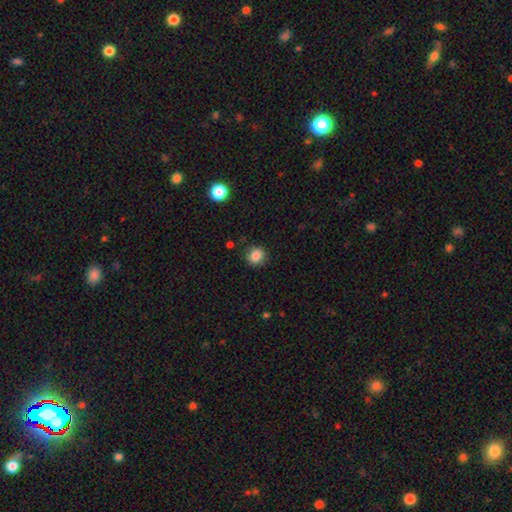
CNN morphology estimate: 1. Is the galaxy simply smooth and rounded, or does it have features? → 85% smooth, 10% star or artifact, 4% featured or disk.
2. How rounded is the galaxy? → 85% round, 14% in between, 1% cigar-shaped.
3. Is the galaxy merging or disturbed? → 87% none, 9% minor disturbance, 2% major disturbance, 1% merger.